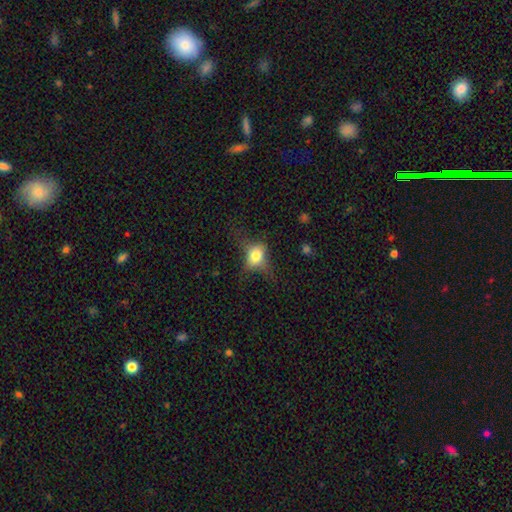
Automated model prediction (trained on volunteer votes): A smooth galaxy with no disk features (65%) that is in between round and cigar-shaped (64%).

Vote fractions:
- Smooth or featured? smooth: 65% / featured or disk: 24% / star or artifact: 12%
- How rounded? in between: 64% / round: 33% / cigar-shaped: 4%
- Merging? none: 48% / major disturbance: 26% / minor disturbance: 24% / merger: 2%